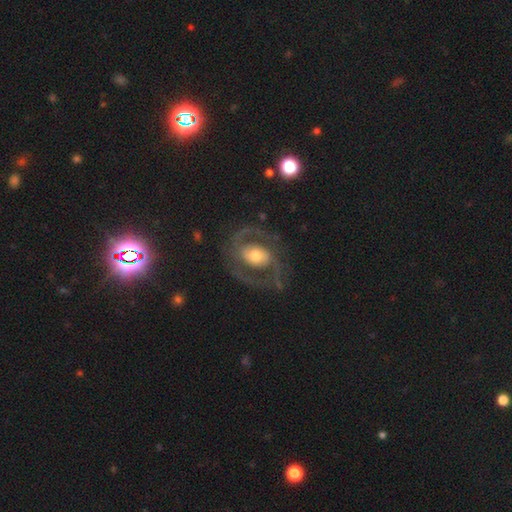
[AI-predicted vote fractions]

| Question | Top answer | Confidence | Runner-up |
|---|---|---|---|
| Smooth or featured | featured or disk | 82% | smooth (13%) |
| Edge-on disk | no | 97% | yes (3%) |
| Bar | no | 50% | weak (34%) |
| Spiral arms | yes | 86% | no (14%) |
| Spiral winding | medium | 54% | tight (24%) |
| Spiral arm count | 2 | 87% | can't tell (5%) |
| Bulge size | moderate | 63% | large (20%) |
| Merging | none | 73% | minor disturbance (13%) |